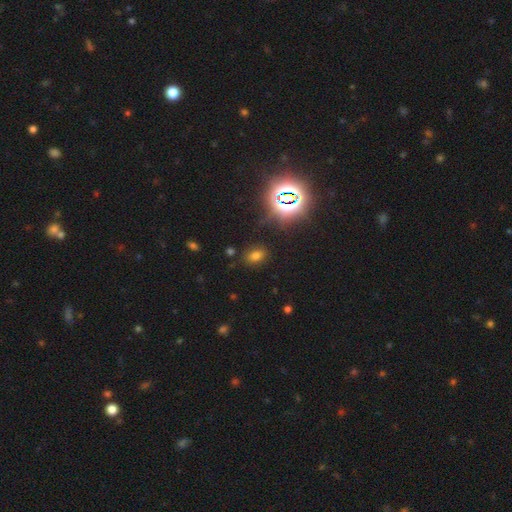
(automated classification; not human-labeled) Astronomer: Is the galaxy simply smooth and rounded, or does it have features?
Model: smooth — 62%.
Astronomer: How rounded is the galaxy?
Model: in between — 76%.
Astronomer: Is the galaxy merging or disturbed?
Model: none — 84%.